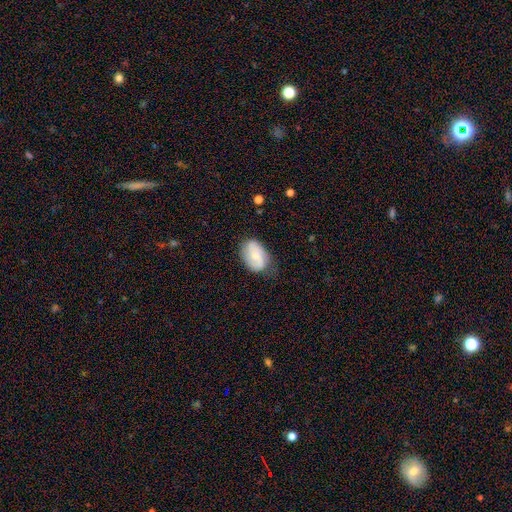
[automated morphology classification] Smooth or featured: smooth — 48% (featured or disk — 45%)
Merging: none — 65% (minor disturbance — 26%)